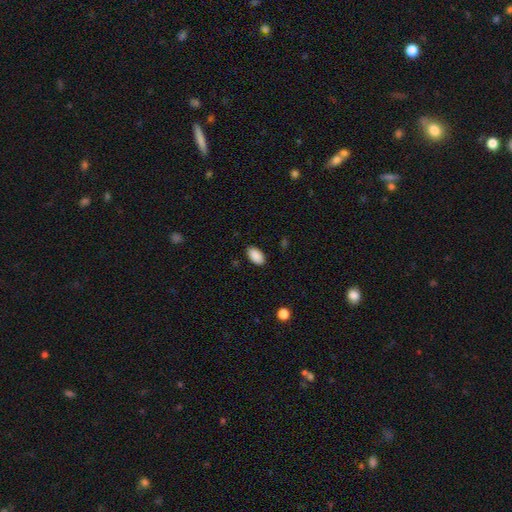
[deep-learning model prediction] Smooth or featured: smooth — 90% (star or artifact — 7%)
How rounded: in between — 95% (round — 3%)
Merging: none — 88% (minor disturbance — 9%)